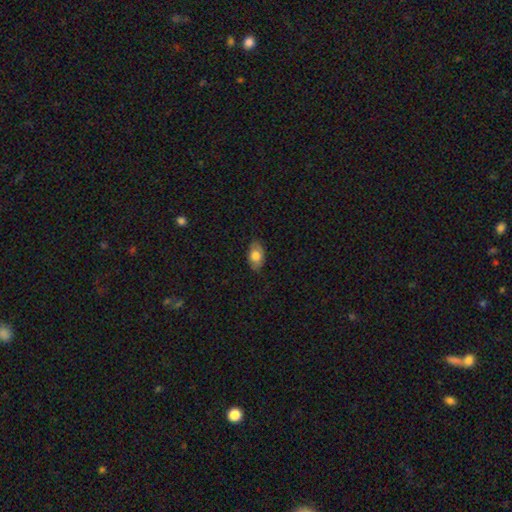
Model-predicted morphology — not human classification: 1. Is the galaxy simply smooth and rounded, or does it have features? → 76% smooth, 17% featured or disk, 7% star or artifact.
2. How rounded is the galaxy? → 91% in between, 7% round, 2% cigar-shaped.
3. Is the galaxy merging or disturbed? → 83% none, 14% minor disturbance, 3% major disturbance, 1% merger.